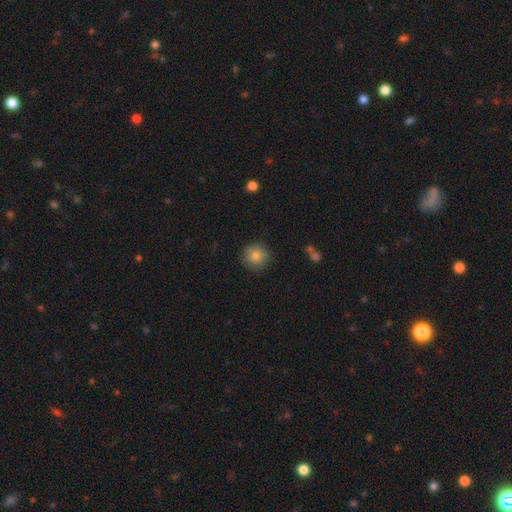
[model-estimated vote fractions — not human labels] smooth_or_featured: smooth (p=0.83) [alt: star or artifact p=0.09]
how_rounded: round (p=0.91) [alt: in between p=0.08]
merging: none (p=0.85) [alt: minor disturbance p=0.11]